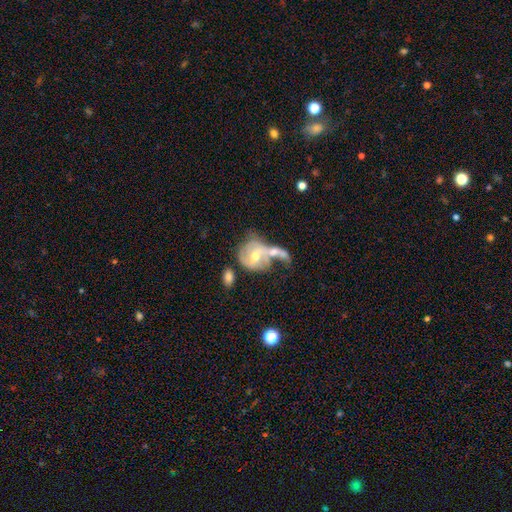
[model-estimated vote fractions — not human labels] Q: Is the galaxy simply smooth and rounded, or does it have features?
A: featured or disk — 64%.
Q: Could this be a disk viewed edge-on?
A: no — 96%.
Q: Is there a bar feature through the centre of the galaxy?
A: no — 44%.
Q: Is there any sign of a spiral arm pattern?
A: yes — 64%.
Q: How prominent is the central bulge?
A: moderate — 65%.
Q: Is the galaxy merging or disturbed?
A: merger — 50%.